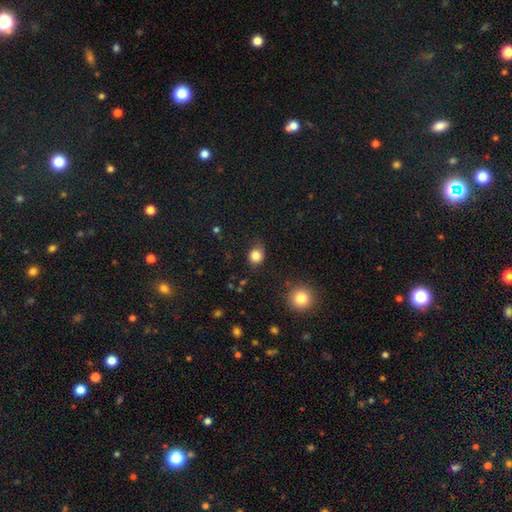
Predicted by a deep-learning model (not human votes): This appears to be a smooth galaxy with no disk features (83%) that is round (74%). Merging: none (76%).